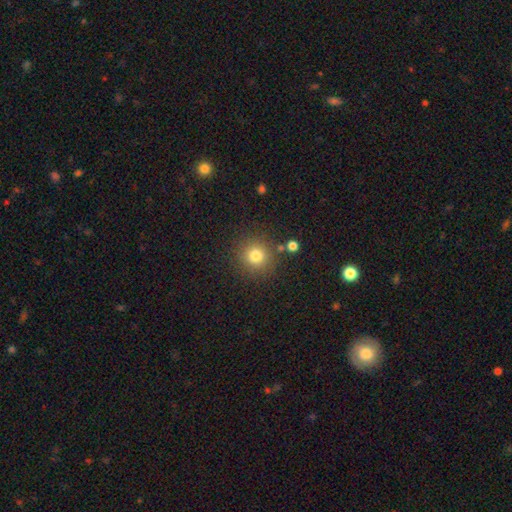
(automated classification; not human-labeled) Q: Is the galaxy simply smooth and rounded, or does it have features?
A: smooth — 79%.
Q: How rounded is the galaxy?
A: round — 94%.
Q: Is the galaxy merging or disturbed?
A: none — 85%.